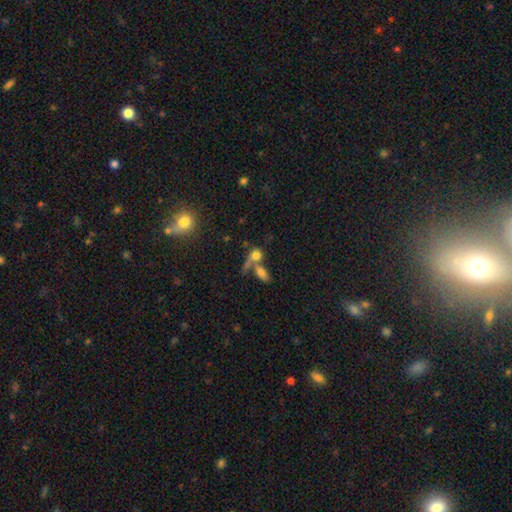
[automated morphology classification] Smooth or featured: smooth — 70% (featured or disk — 17%)
How rounded: round — 57% (in between — 36%)
Merging: merger — 50% (none — 33%)